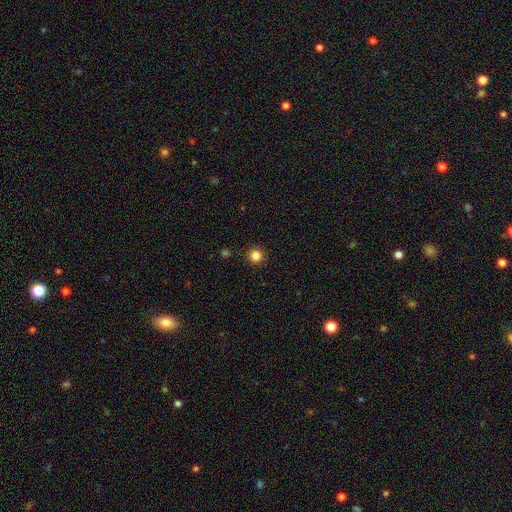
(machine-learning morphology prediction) The model was most divided on "smooth or featured": smooth: 85%, star or artifact: 12%, featured or disk: 4%. More confident: how rounded — round (96%); merging — none (92%).